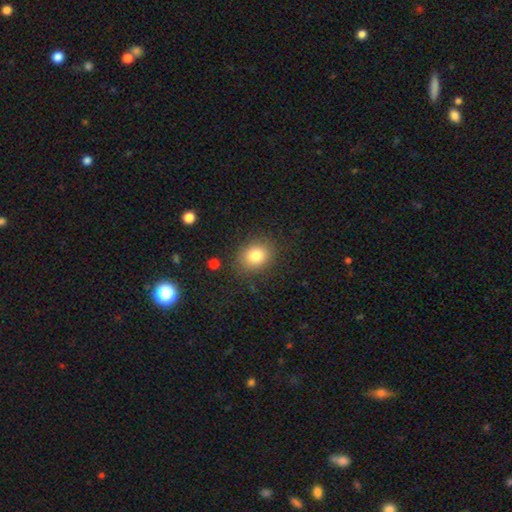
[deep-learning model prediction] Q: Smooth or featured?
A: smooth (81%); runner-up: star or artifact (11%)
Q: How rounded?
A: round (55%); runner-up: in between (44%)
Q: Merging?
A: none (84%); runner-up: minor disturbance (11%)